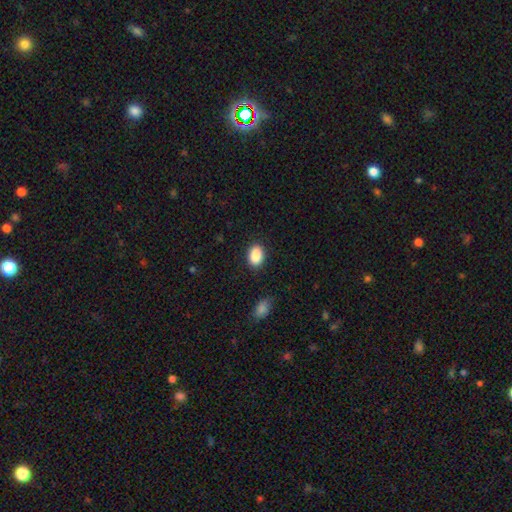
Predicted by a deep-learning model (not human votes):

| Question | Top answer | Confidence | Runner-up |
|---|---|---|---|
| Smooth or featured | smooth | 89% | star or artifact (8%) |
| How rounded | in between | 84% | round (15%) |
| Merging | none | 86% | minor disturbance (10%) |